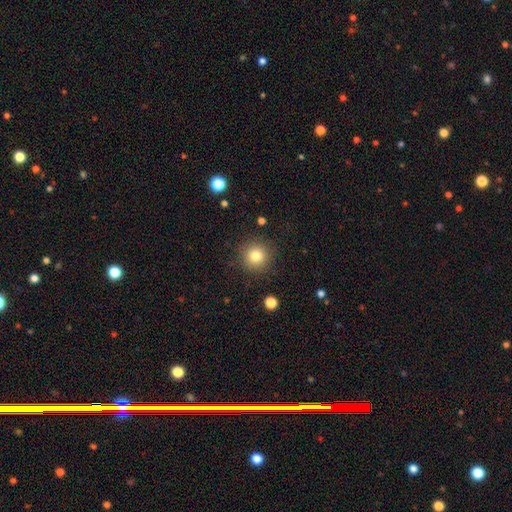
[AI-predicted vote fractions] The model was most divided on "smooth or featured": smooth: 80%, star or artifact: 12%, featured or disk: 8%. More confident: how rounded — round (95%); merging — none (90%).